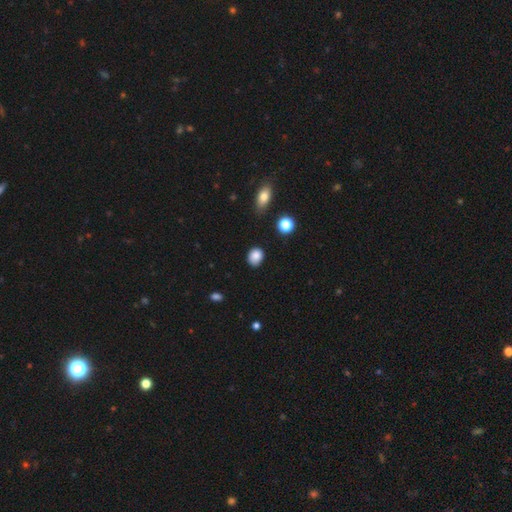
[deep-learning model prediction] Q: Smooth or featured?
A: smooth (86%); runner-up: star or artifact (9%)
Q: How rounded?
A: round (60%); runner-up: in between (39%)
Q: Merging?
A: none (83%); runner-up: minor disturbance (13%)